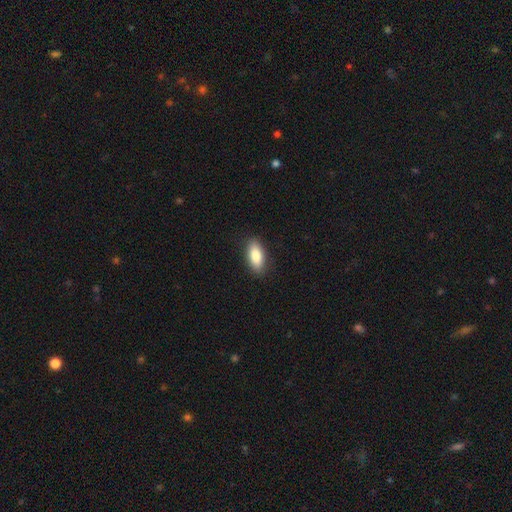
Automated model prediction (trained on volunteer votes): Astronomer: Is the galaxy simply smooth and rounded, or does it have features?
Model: smooth — 86%.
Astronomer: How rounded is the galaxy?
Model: in between — 84%.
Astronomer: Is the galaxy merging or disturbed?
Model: none — 88%.